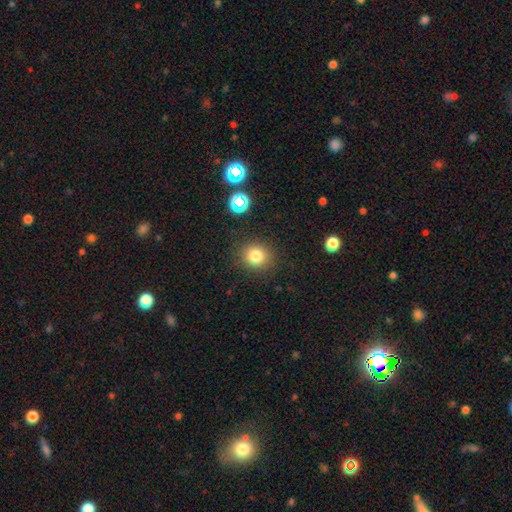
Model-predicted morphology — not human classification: smooth-or-featured: smooth: 79% | star or artifact: 14% | featured or disk: 7%
  how-rounded: round: 81% | in between: 18% | cigar-shaped: 1%
  merging: none: 86% | minor disturbance: 9% | major disturbance: 3% | merger: 2%